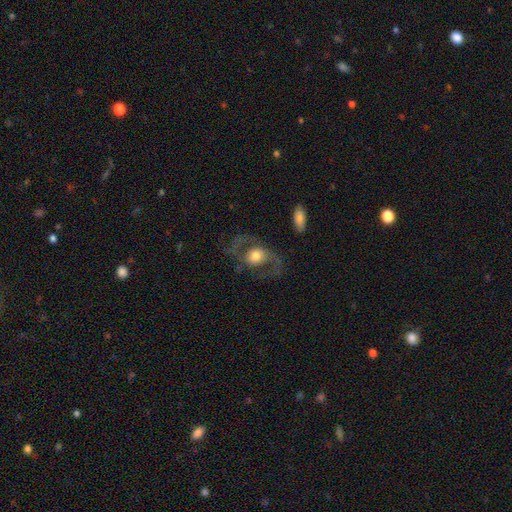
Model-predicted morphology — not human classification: Smooth or featured?
  - featured or disk: 67% *
  - smooth: 27%
  - star or artifact: 6%
Edge-on disk?
  - no: 94% *
  - yes: 6%
Bar?
  - no: 70% *
  - weak: 22%
  - strong: 8%
Spiral arms?
  - yes: 70% *
  - no: 30%
Bulge size?
  - moderate: 54% *
  - large: 31%
  - small: 9%
  - dominant: 4%
  - none: 1%
Merging?
  - none: 64% *
  - major disturbance: 20%
  - minor disturbance: 14%
  - merger: 2%